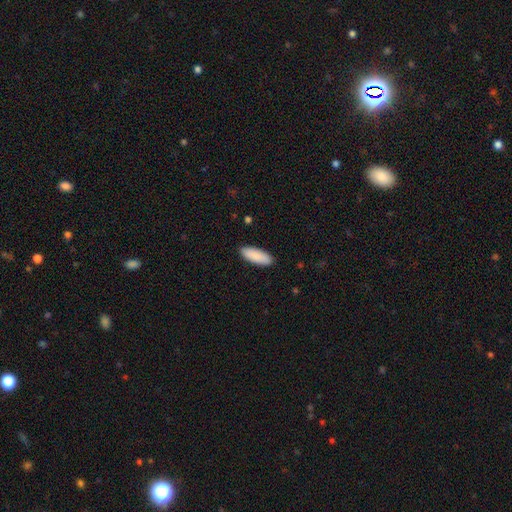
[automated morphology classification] Overall: smooth (90%). How rounded: in between (69%; cigar-shaped 30%). Merging: none (90%).